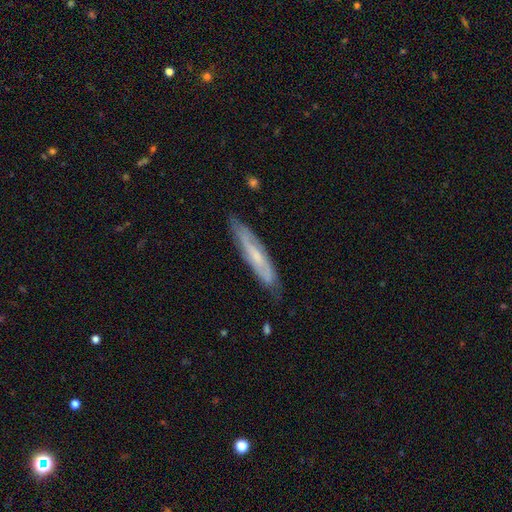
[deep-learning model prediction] smooth-or-featured: featured or disk: 59% | smooth: 34% | star or artifact: 7%
  disk-edge-on: yes: 55% | no: 45%
  merging: none: 78% | minor disturbance: 17% | major disturbance: 3% | merger: 1%